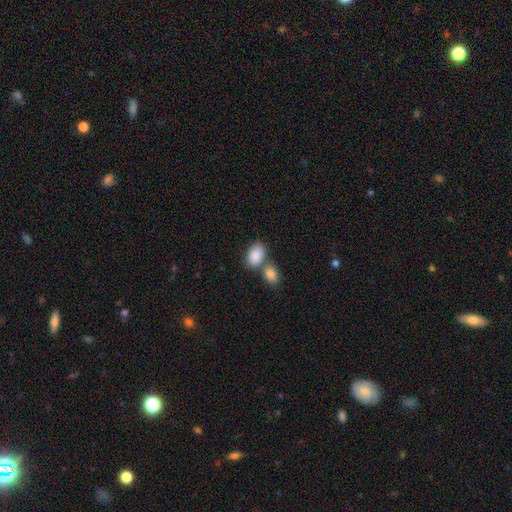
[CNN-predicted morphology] smooth_or_featured: smooth (p=0.87) [alt: star or artifact p=0.06]
how_rounded: in between (p=0.91) [alt: round p=0.08]
merging: merger (p=0.44) [alt: none p=0.42]